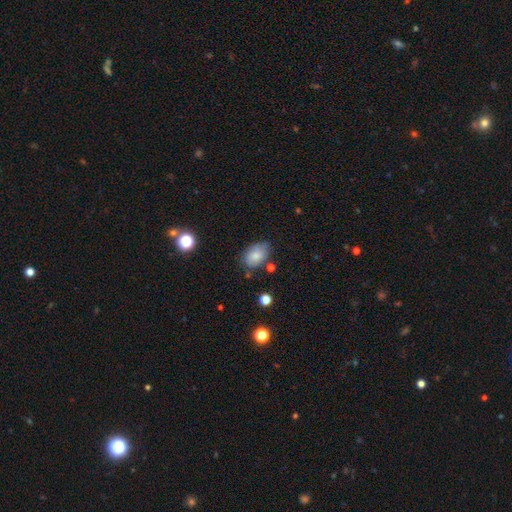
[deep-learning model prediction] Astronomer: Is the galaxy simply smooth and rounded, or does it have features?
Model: smooth — 80%.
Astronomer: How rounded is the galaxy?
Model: in between — 86%.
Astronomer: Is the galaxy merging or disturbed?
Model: none — 68%.